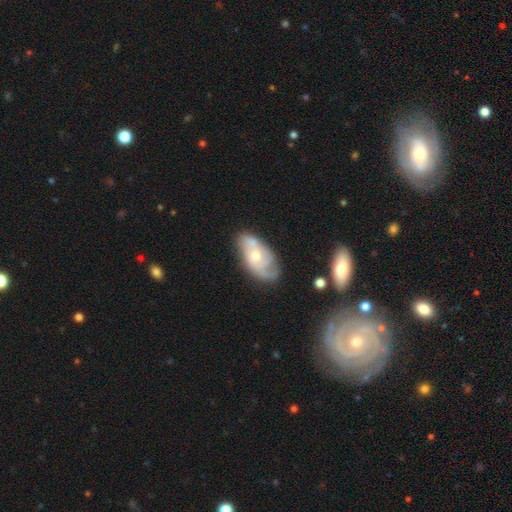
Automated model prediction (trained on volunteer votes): A featured or disk galaxy (66%) with no bar (73%), 2 (41%) medium (40%) spiral arms (83%) and a small central bulge (49%).

Vote fractions:
- Smooth or featured? featured or disk: 66% / smooth: 28% / star or artifact: 6%
- Edge-on disk? no: 94% / yes: 6%
- Bar? no: 73% / weak: 24% / strong: 3%
- Spiral arms? yes: 83% / no: 17%
- Spiral winding? medium: 40% / tight: 39% / loose: 21%
- Spiral arm count? 2: 41% / can't tell: 34% / 3: 12% / 1: 8% / 4: 3% / more than 4: 2%
- Bulge size? small: 49% / moderate: 46% / large: 2% / none: 2% / dominant: 1%
- Merging? none: 57% / minor disturbance: 26% / major disturbance: 10% / merger: 7%